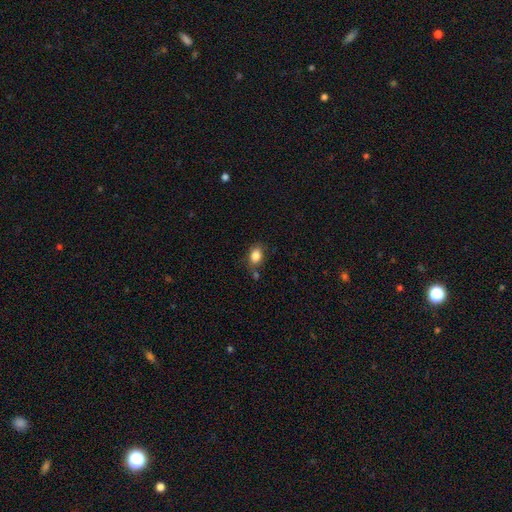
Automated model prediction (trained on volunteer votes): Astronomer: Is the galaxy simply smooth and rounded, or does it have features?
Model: smooth — 84%.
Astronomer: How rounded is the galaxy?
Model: in between — 73%.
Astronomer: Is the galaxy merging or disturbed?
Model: none — 74%.